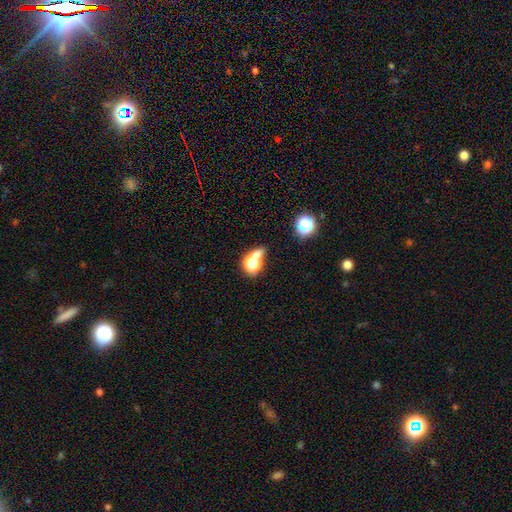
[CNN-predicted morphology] The model was most divided on "merging": merger: 43%, none: 35%, minor disturbance: 11%, major disturbance: 11%. More confident: smooth or featured — smooth (66%); how rounded — round (57%).